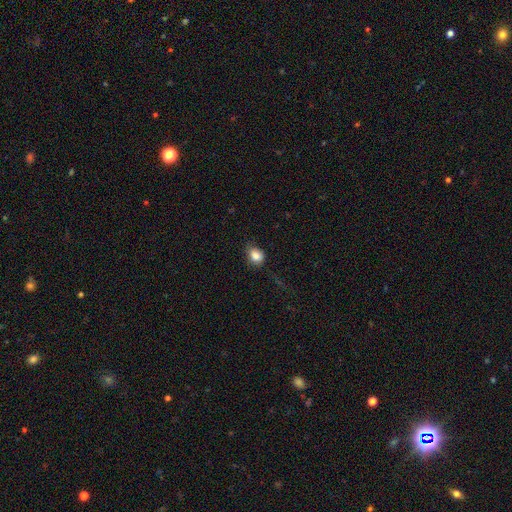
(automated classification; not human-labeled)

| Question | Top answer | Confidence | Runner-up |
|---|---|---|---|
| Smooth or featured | smooth | 83% | star or artifact (10%) |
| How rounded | round | 52% | in between (47%) |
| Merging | none | 74% | minor disturbance (19%) |